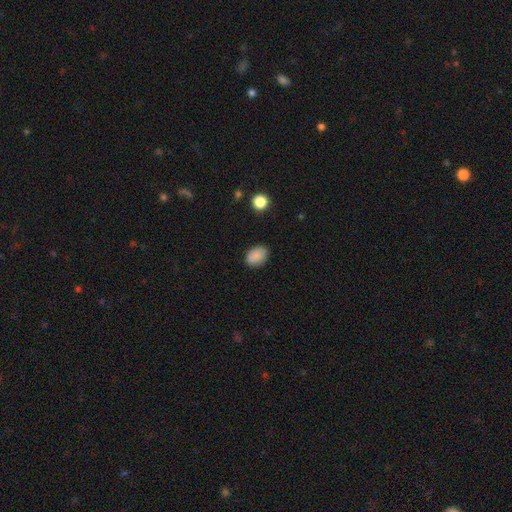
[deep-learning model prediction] Smooth or featured? Predicted: smooth (p=0.87). How rounded? Predicted: in between (p=0.79). Merging? Predicted: none (p=0.83).